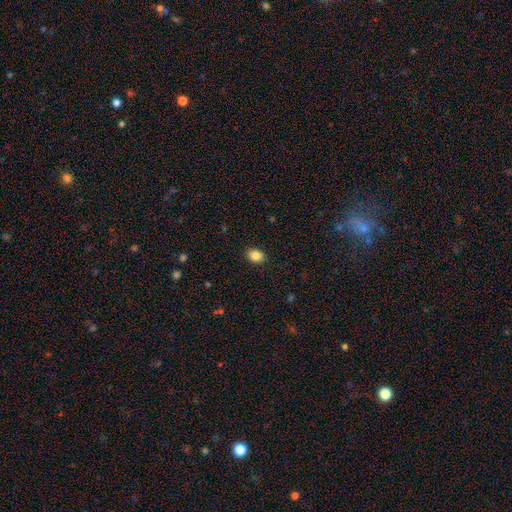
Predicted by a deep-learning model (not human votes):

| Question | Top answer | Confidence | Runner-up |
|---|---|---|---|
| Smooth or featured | smooth | 86% | star or artifact (9%) |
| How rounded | in between | 59% | round (40%) |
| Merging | none | 90% | minor disturbance (7%) |